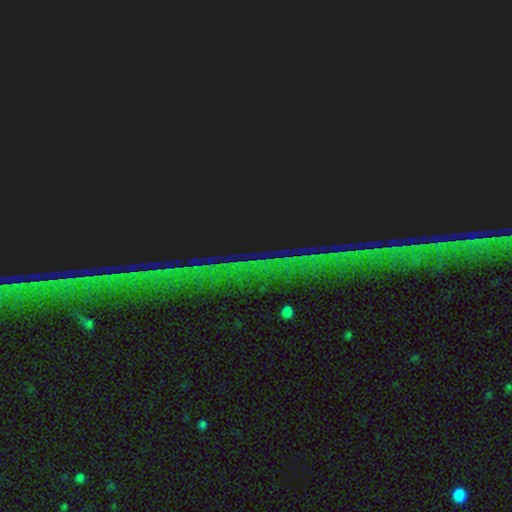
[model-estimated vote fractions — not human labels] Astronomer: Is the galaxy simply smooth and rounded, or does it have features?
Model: star or artifact — 85%.